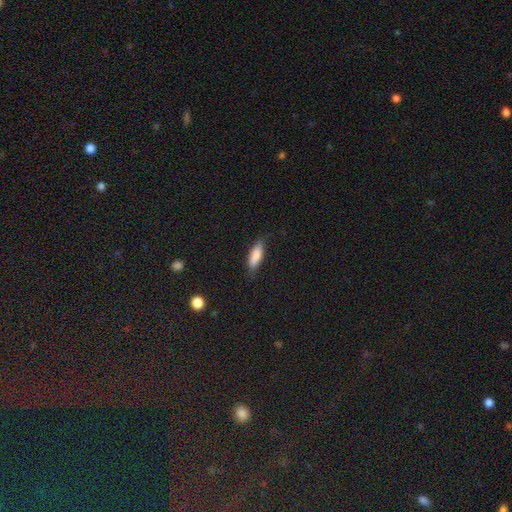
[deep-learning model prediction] Overall: smooth (83%). How rounded: in between (52%; cigar-shaped 46%). Merging: none (79%).